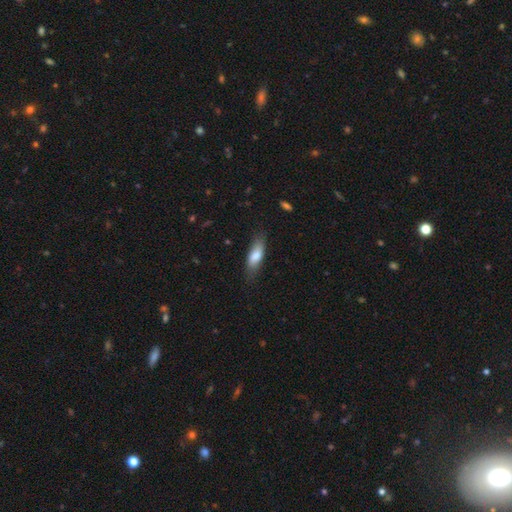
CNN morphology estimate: type=smooth (76%); roundness=in between (57%); merging=none (75%).